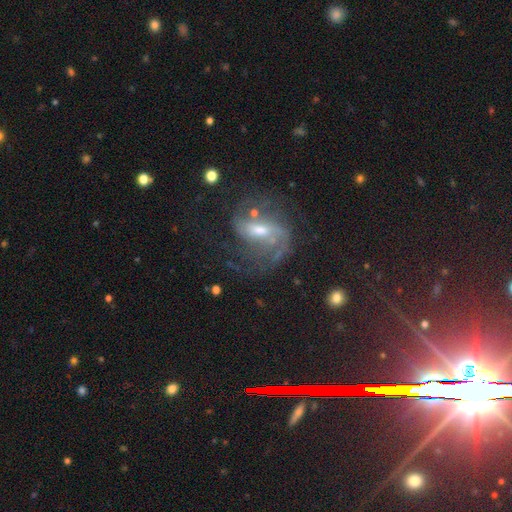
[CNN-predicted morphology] This appears to be a featured or disk galaxy (74%) with a weak bar (44%), 2 (66%) medium (46%) spiral arms (92%) and a small central bulge (50%). Merging: none (58%).